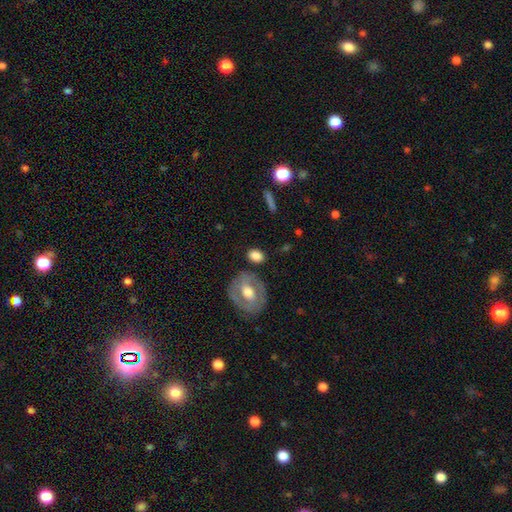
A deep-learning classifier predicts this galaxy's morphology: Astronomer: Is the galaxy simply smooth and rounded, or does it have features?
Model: smooth — 77%.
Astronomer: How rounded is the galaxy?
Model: in between — 64%.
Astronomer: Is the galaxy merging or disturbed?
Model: none — 77%.